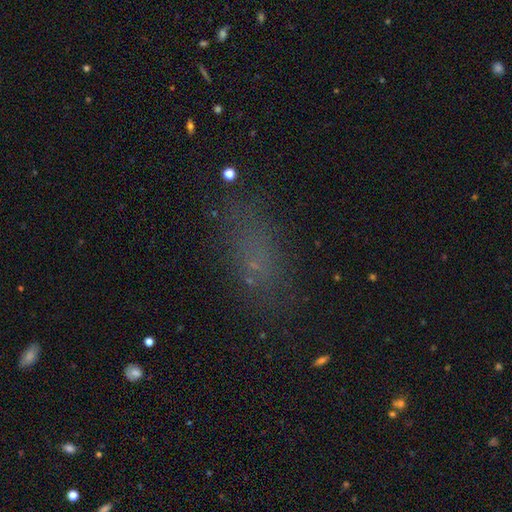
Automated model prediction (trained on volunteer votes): smooth 58%, star or artifact 30%, featured or disk 13%. Down the decision tree: how rounded — in between (73%); merging — none (70%).